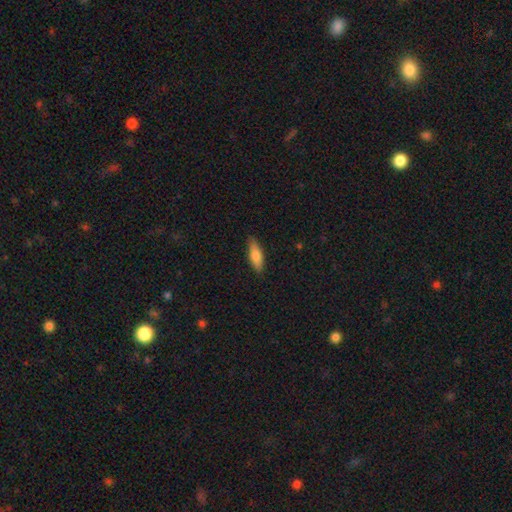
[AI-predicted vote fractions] This appears to be a smooth galaxy with no disk features (76%) that is in between round and cigar-shaped (52%). Merging: none (86%).